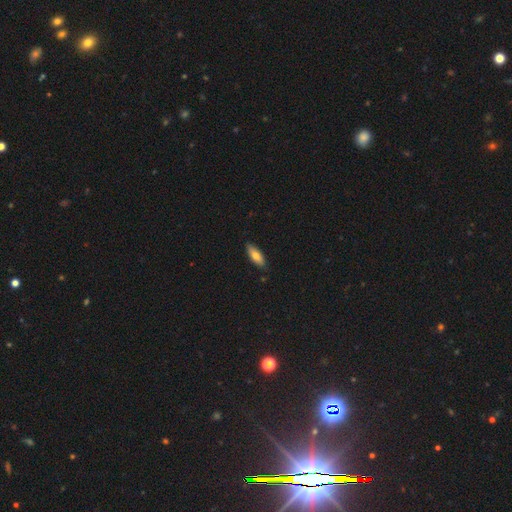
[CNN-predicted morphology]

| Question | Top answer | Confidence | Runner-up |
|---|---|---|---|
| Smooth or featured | smooth | 74% | featured or disk (19%) |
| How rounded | in between | 68% | cigar-shaped (30%) |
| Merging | none | 85% | minor disturbance (12%) |